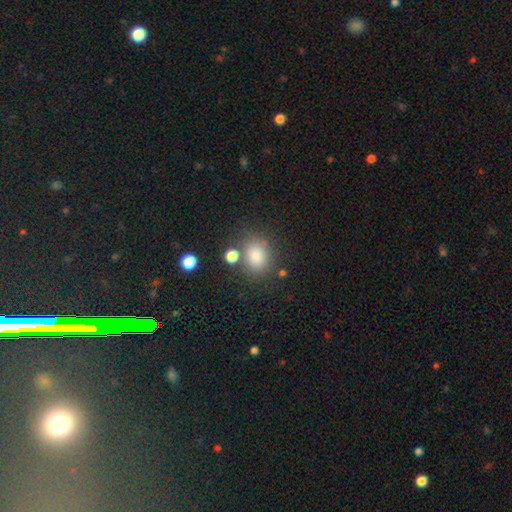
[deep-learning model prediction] A smooth galaxy with no disk features (82%) that is round (52%). Merging: none (67%).